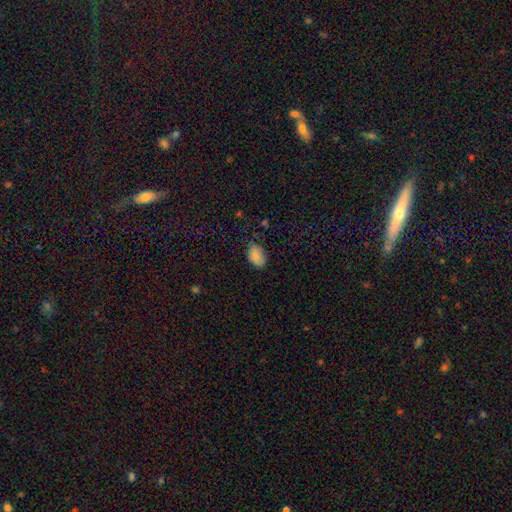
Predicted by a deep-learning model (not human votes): A smooth galaxy with no disk features (85%) that is in between round and cigar-shaped (88%).

Vote fractions:
- Smooth or featured? smooth: 85% / star or artifact: 9% / featured or disk: 6%
- How rounded? in between: 88% / round: 11% / cigar-shaped: 1%
- Merging? none: 68% / minor disturbance: 25% / major disturbance: 5% / merger: 1%